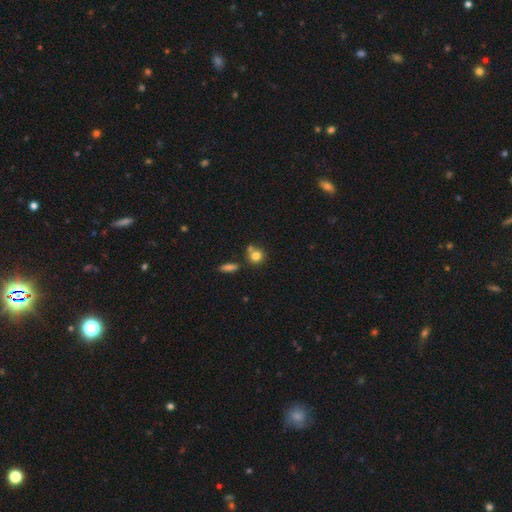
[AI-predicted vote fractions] Smooth or featured: smooth — 80% (star or artifact — 11%)
How rounded: round — 85% (in between — 13%)
Merging: none — 60% (merger — 26%)